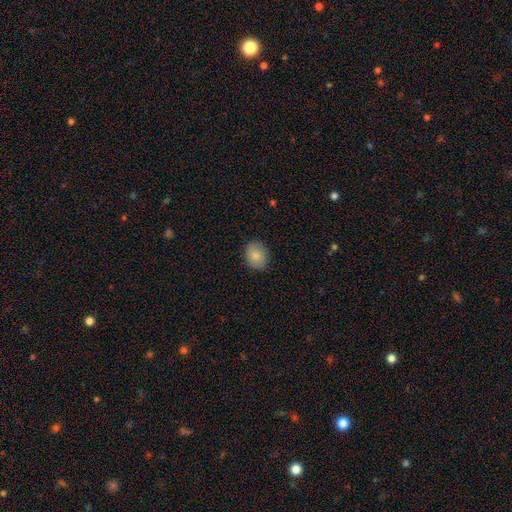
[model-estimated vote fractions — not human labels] A smooth galaxy with no disk features (83%) that is round (53%).

Vote fractions:
- Smooth or featured? smooth: 83% / featured or disk: 9% / star or artifact: 7%
- How rounded? round: 53% / in between: 47% / cigar-shaped: 1%
- Merging? none: 85% / minor disturbance: 12% / major disturbance: 2% / merger: 1%